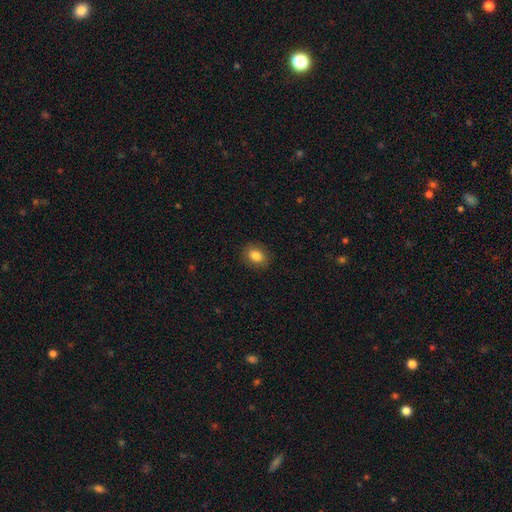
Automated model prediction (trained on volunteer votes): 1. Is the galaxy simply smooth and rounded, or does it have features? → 84% smooth, 9% star or artifact, 7% featured or disk.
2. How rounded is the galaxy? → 58% in between, 41% round, 1% cigar-shaped.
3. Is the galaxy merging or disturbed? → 88% none, 8% minor disturbance, 2% major disturbance, 1% merger.